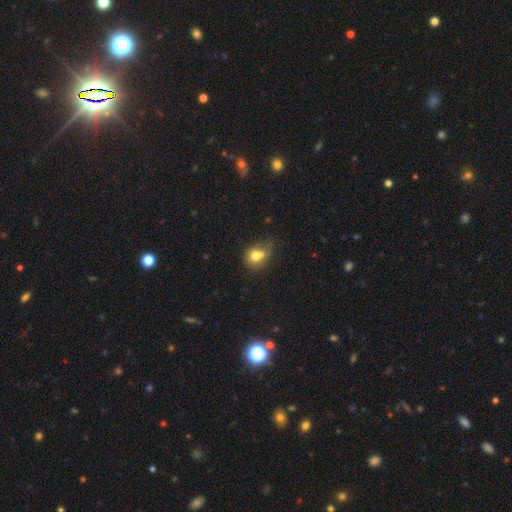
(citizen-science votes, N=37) This appears to be a smooth galaxy with no disk features (76%) that is round (79%). Merging: merger (43%).